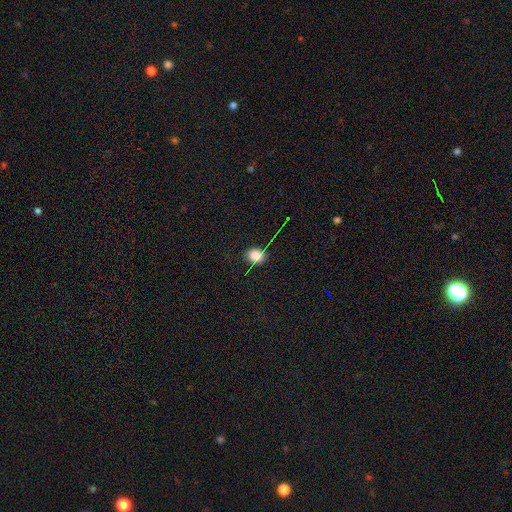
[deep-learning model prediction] This appears to be a smooth galaxy with no disk features (83%) that is round (61%). Merging: none (80%).